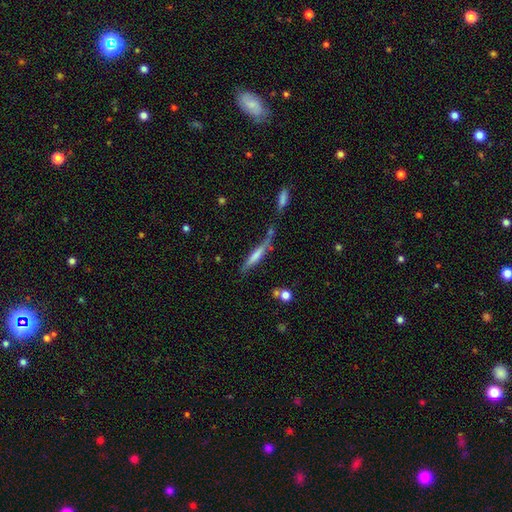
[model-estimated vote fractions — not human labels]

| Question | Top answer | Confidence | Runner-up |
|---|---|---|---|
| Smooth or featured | smooth | 56% | featured or disk (36%) |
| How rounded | cigar-shaped | 89% | in between (9%) |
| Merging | none | 55% | minor disturbance (22%) |